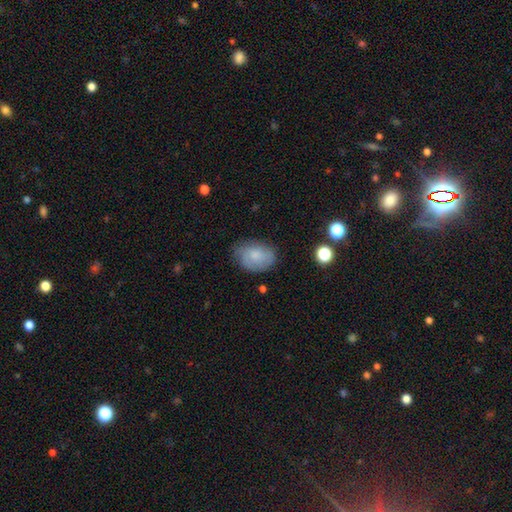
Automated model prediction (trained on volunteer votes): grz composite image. It shows a smooth galaxy with no disk features (67%) that is in between round and cigar-shaped (77%). Merging: none (68%).